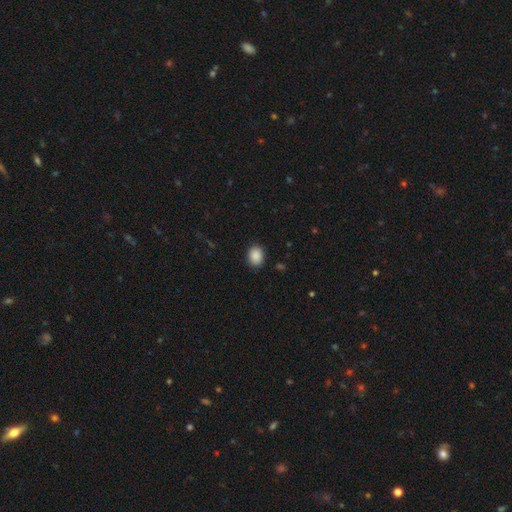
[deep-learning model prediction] This is clearly a smooth galaxy (89%). How rounded: likely in between (60%). Merging: clearly none (88%).